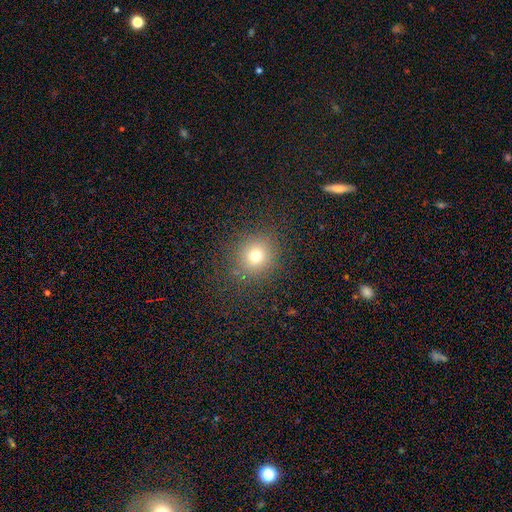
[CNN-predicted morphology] Overall: smooth (72%). How rounded: round (87%). Merging: none (85%).